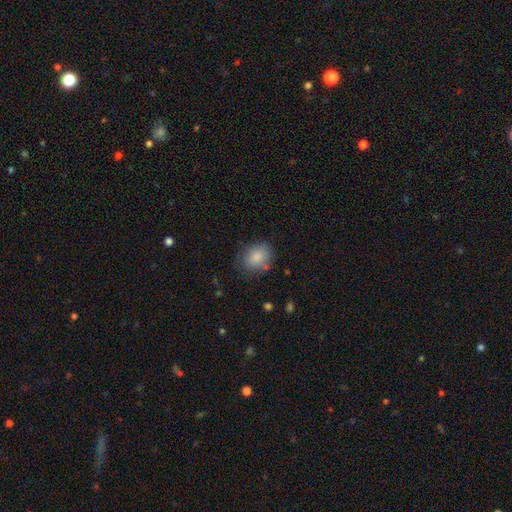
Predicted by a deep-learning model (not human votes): A smooth galaxy with no disk features (85%) that is in between round and cigar-shaped (57%). Merging: none (75%).